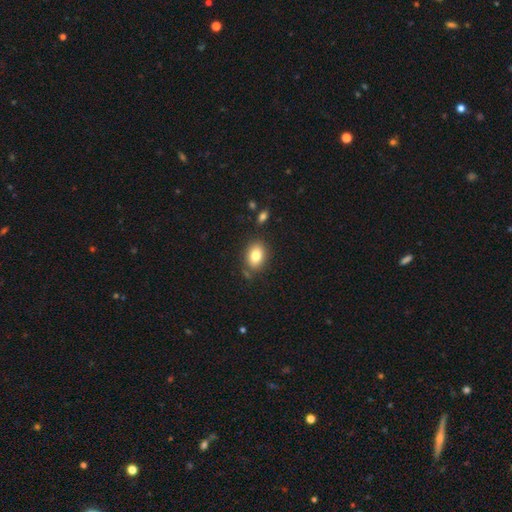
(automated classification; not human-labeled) smooth-or-featured: smooth: 81% | featured or disk: 10% | star or artifact: 9%
  how-rounded: in between: 72% | round: 27% | cigar-shaped: 1%
  merging: none: 78% | minor disturbance: 13% | merger: 5% | major disturbance: 4%